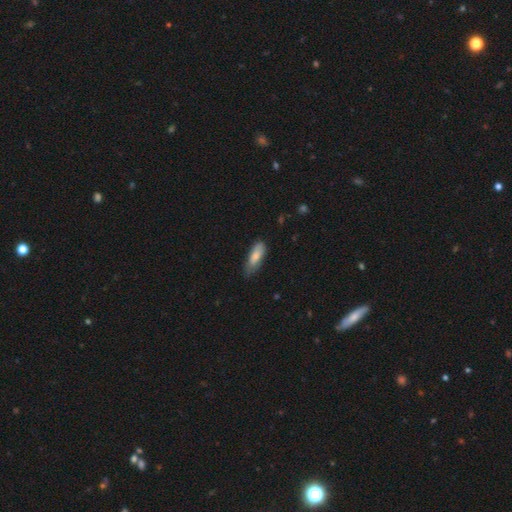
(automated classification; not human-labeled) Overall: smooth (79%). How rounded: in between (64%; cigar-shaped 34%). Merging: none (57%; minor disturbance 34%).